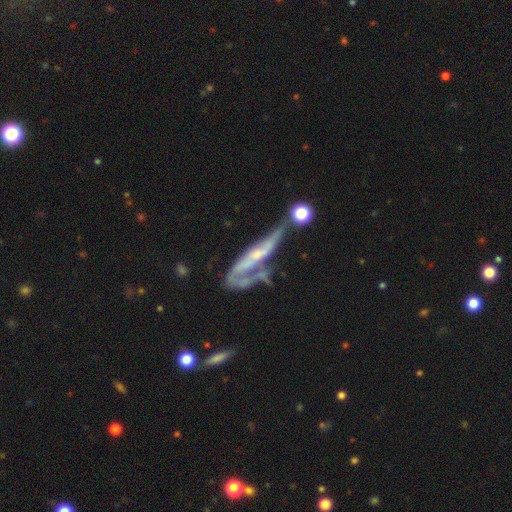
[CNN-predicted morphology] Q: Smooth or featured?
A: featured or disk (70%); runner-up: smooth (20%)
Q: Edge-on disk?
A: no (66%); runner-up: yes (34%)
Q: Merging?
A: major disturbance (34%); runner-up: merger (27%)